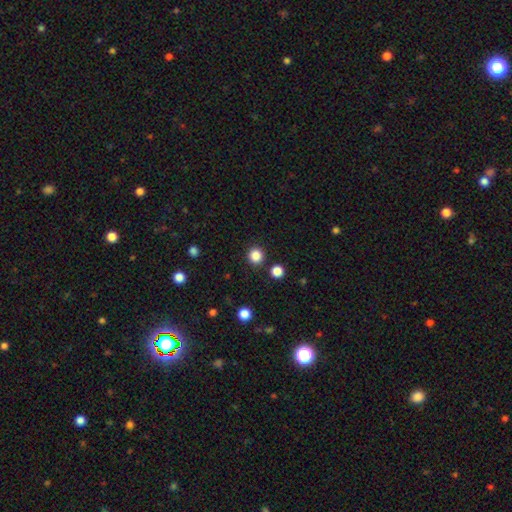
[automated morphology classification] Smooth or featured: smooth — 85% (star or artifact — 12%)
How rounded: round — 94% (in between — 5%)
Merging: none — 90% (minor disturbance — 5%)